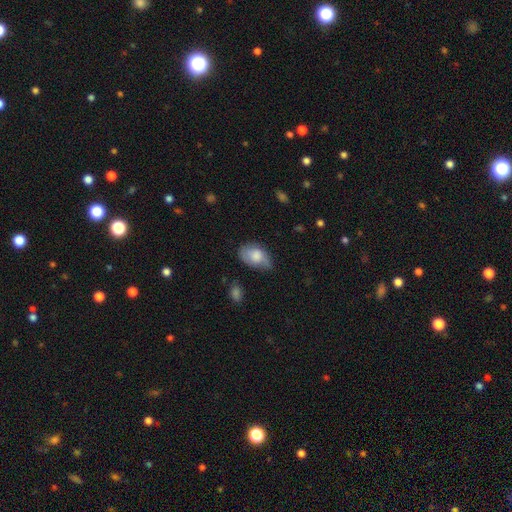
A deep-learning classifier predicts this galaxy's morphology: Smooth or featured?
  - smooth: 70% *
  - featured or disk: 23%
  - star or artifact: 7%
How rounded?
  - in between: 88% *
  - round: 11%
  - cigar-shaped: 2%
Merging?
  - none: 44% *
  - minor disturbance: 40%
  - major disturbance: 13%
  - merger: 3%